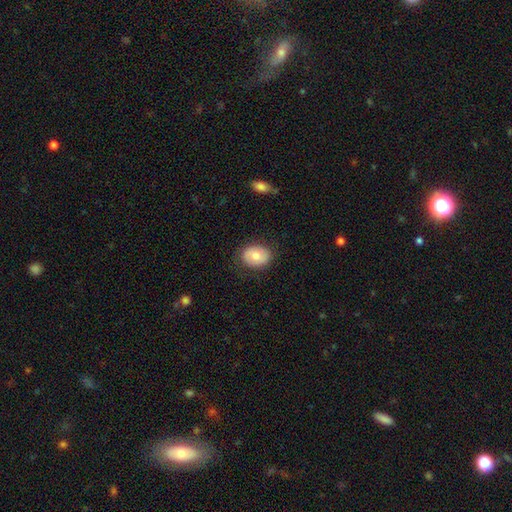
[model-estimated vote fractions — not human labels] A smooth galaxy with no disk features (72%) that is in between round and cigar-shaped (62%). Merging: none (80%).